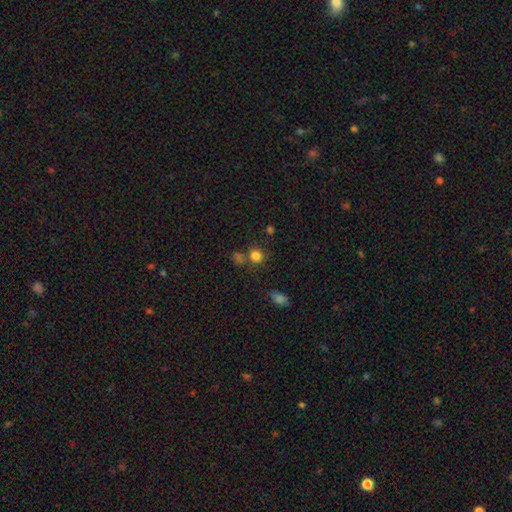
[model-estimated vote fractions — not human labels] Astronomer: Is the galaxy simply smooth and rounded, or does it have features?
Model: smooth — 80%.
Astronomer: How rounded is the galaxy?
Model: round — 86%.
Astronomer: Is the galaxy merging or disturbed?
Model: none — 70%.